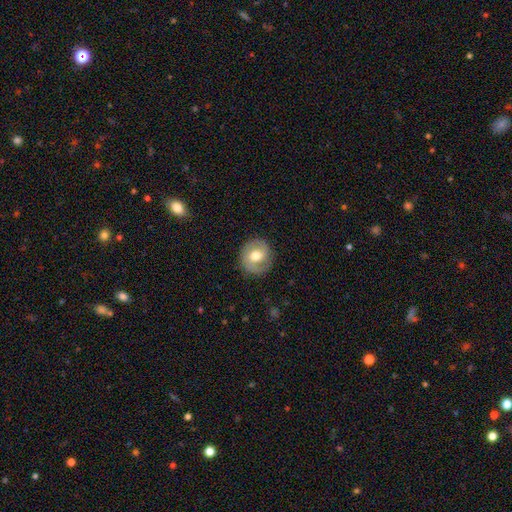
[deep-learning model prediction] Smooth or featured? featured or disk (50%)
Edge-on disk? no (96%)
Merging? none (83%)